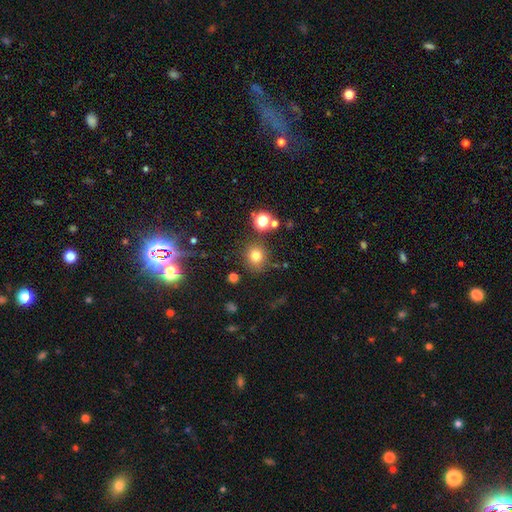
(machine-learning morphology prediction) Smooth or featured? smooth (76%)
How rounded? round (84%)
Merging? none (80%)